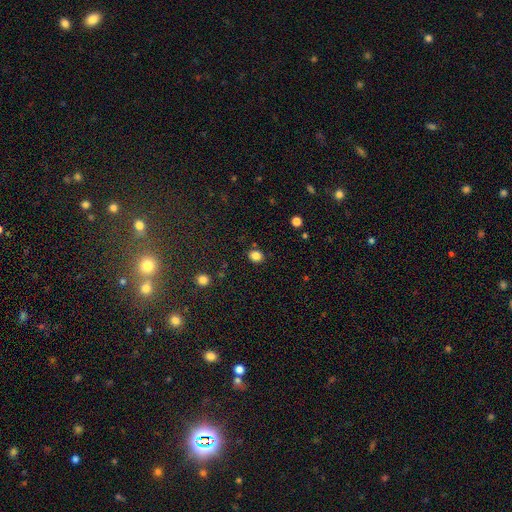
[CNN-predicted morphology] The model was most divided on "how rounded": round: 64%, in between: 35%, cigar-shaped: 1%. More confident: merging — none (86%); smooth or featured — smooth (84%).